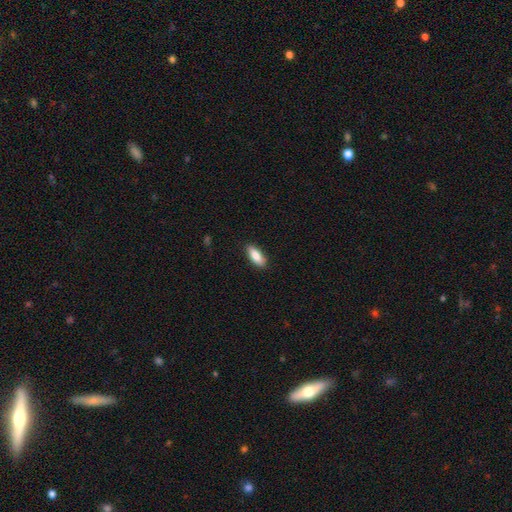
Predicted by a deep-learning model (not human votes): Smooth or featured: smooth — 85% (featured or disk — 9%)
How rounded: in between — 77% (cigar-shaped — 21%)
Merging: none — 87% (minor disturbance — 10%)